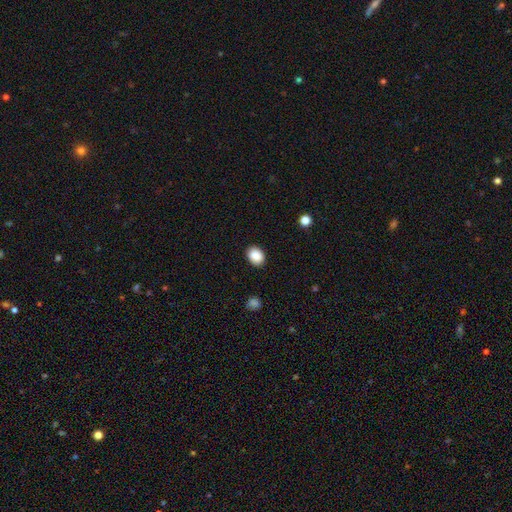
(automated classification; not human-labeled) Smooth or featured?
  - smooth: 89% *
  - star or artifact: 8%
  - featured or disk: 3%
How rounded?
  - in between: 60% *
  - round: 39%
  - cigar-shaped: 1%
Merging?
  - none: 88% *
  - minor disturbance: 9%
  - major disturbance: 2%
  - merger: 1%